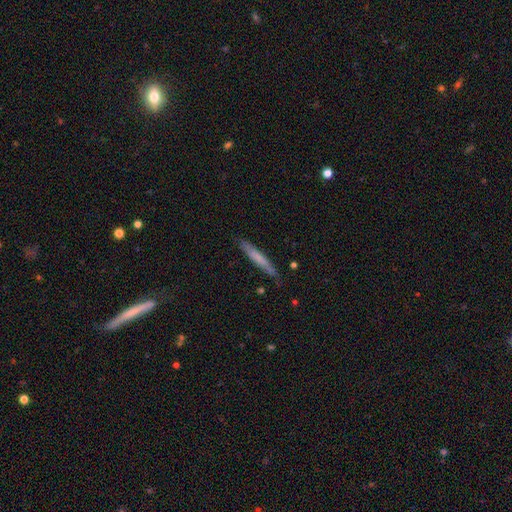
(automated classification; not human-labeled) A smooth galaxy with no disk features (52%) that is cigar-shaped (95%).

Vote fractions:
- Smooth or featured? smooth: 52% / featured or disk: 40% / star or artifact: 8%
- How rounded? cigar-shaped: 95% / in between: 3% / round: 2%
- Merging? none: 84% / minor disturbance: 12% / major disturbance: 2% / merger: 2%